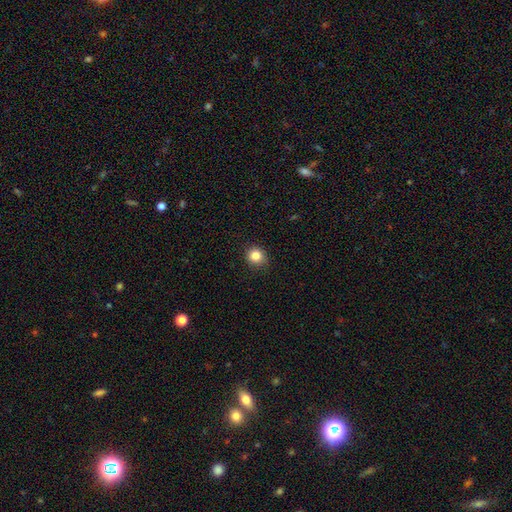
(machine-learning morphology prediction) Smooth or featured? Predicted: smooth (p=0.84). How rounded? Predicted: round (p=0.88). Merging? Predicted: none (p=0.88).